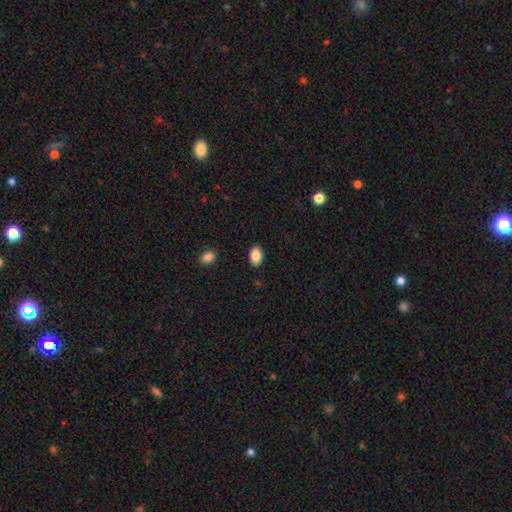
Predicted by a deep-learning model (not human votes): Smooth or featured? smooth (86%)
How rounded? in between (89%)
Merging? none (88%)